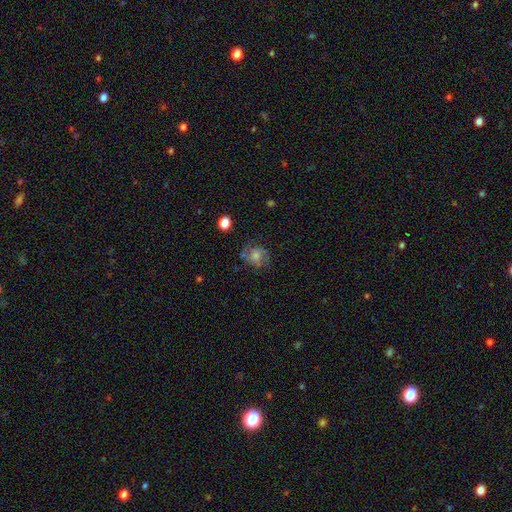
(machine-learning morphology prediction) Q: Smooth or featured?
A: featured or disk (59%); runner-up: smooth (27%)
Q: Edge-on disk?
A: no (97%); runner-up: yes (3%)
Q: Bar?
A: no (72%); runner-up: weak (24%)
Q: Spiral arms?
A: yes (88%); runner-up: no (12%)
Q: Spiral winding?
A: medium (46%); runner-up: tight (38%)
Q: Spiral arm count?
A: 2 (71%); runner-up: can't tell (16%)
Q: Bulge size?
A: moderate (50%); runner-up: small (32%)
Q: Merging?
A: none (73%); runner-up: minor disturbance (17%)